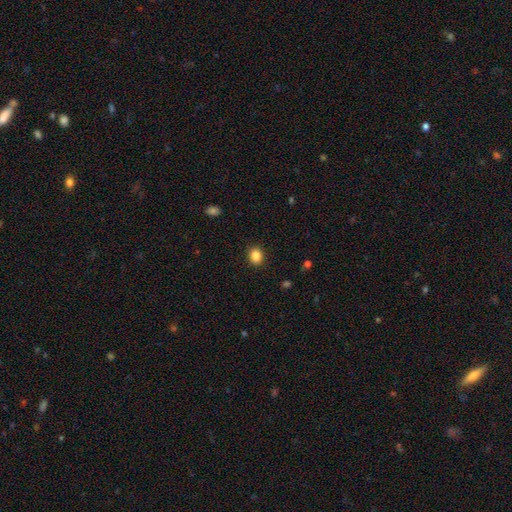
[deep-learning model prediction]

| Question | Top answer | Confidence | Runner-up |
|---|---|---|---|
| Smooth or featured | smooth | 87% | star or artifact (10%) |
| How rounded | round | 51% | in between (48%) |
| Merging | none | 89% | minor disturbance (8%) |